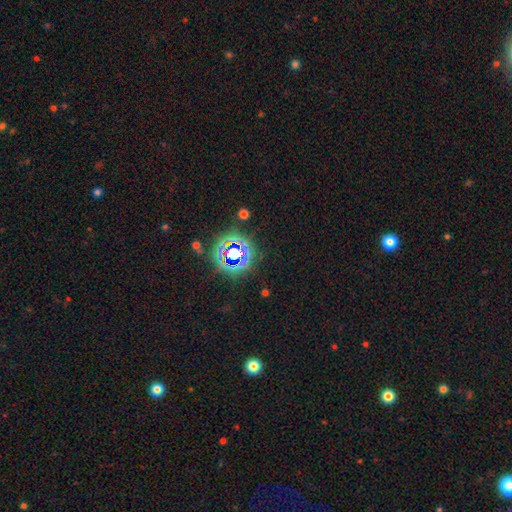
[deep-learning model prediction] Smooth or featured: star or artifact — 77% (smooth — 17%)